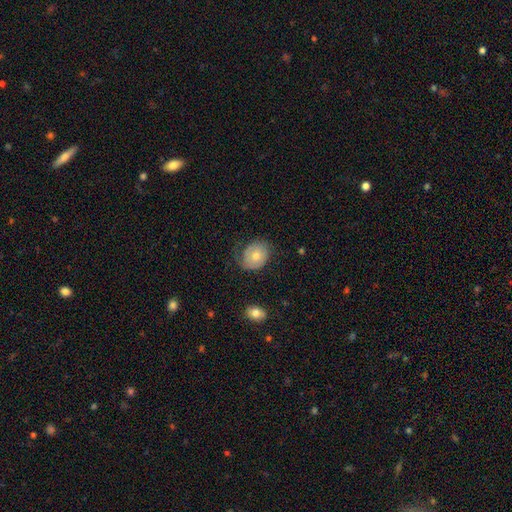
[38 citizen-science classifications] Smooth or featured?
  - smooth: 55% *
  - featured or disk: 42%
  - star or artifact: 3%
How rounded?
  - round: 76% *
  - in between: 24%
  - cigar-shaped: 0%
Merging?
  - none: 59% *
  - major disturbance: 24%
  - minor disturbance: 11%
  - merger: 5%